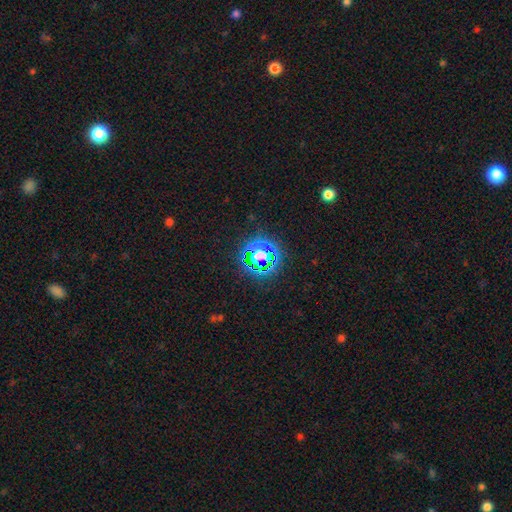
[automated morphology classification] The model was most divided on "smooth or featured": star or artifact: 72%, smooth: 18%, featured or disk: 10%.